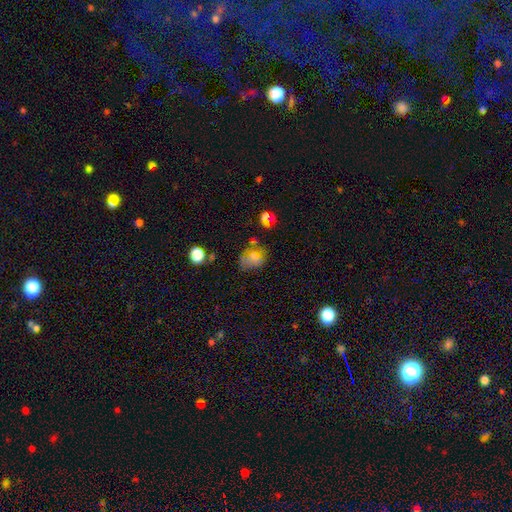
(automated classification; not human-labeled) A smooth galaxy with no disk features (57%) that is in between round and cigar-shaped (53%).

Vote fractions:
- Smooth or featured? smooth: 57% / featured or disk: 25% / star or artifact: 18%
- How rounded? in between: 53% / round: 46% / cigar-shaped: 1%
- Merging? none: 52% / minor disturbance: 25% / major disturbance: 15% / merger: 8%